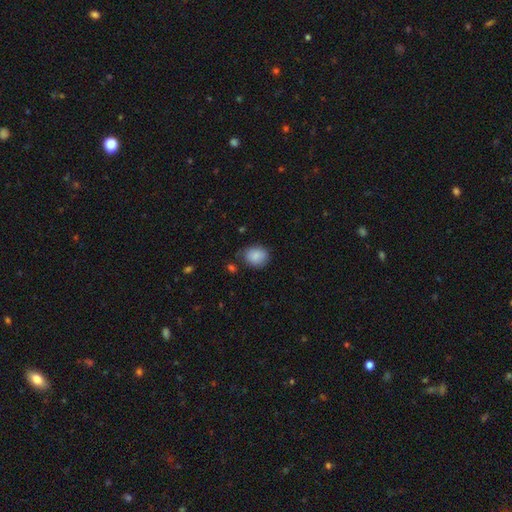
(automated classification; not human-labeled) Overall: smooth (86%). How rounded: round (59%; in between 40%). Merging: none (72%).